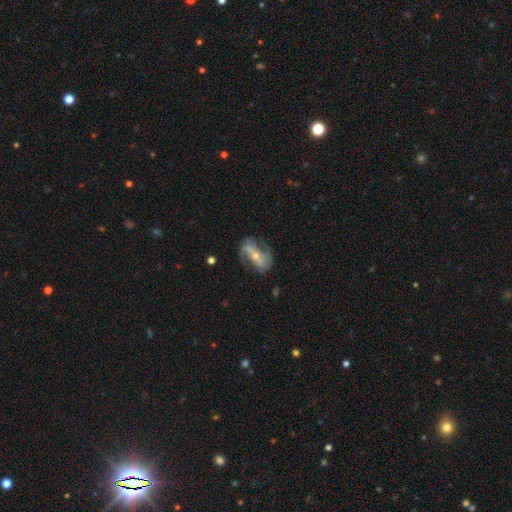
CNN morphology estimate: smooth-or-featured: featured or disk: 75% | smooth: 16% | star or artifact: 9%
  disk-edge-on: no: 92% | yes: 8%
    bar: strong: 41% | no: 30% | weak: 29%
    has-spiral-arms: yes: 84% | no: 16%
      spiral-winding: medium: 39% | loose: 37% | tight: 25%
      spiral-arm-count: 2: 77% | can't tell: 12% | 3: 4% | 1: 4% | 4: 1% | more than 4: 1%
    bulge-size: small: 53% | moderate: 43% | large: 2% | none: 2% | dominant: 1%
  merging: none: 65% | minor disturbance: 20% | major disturbance: 11% | merger: 3%